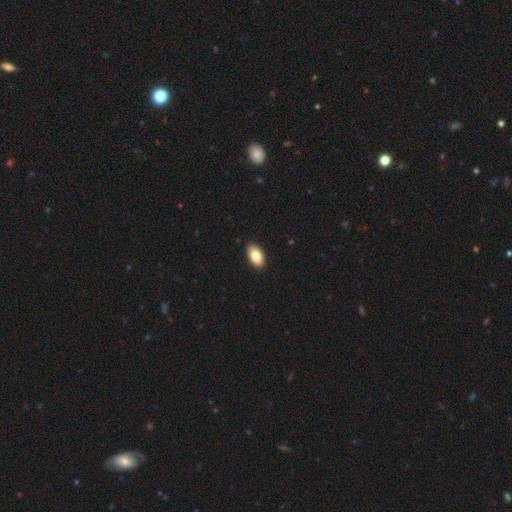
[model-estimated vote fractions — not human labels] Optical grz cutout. It shows a smooth galaxy with no disk features (83%) that is in between round and cigar-shaped (94%). Merging: none (91%).